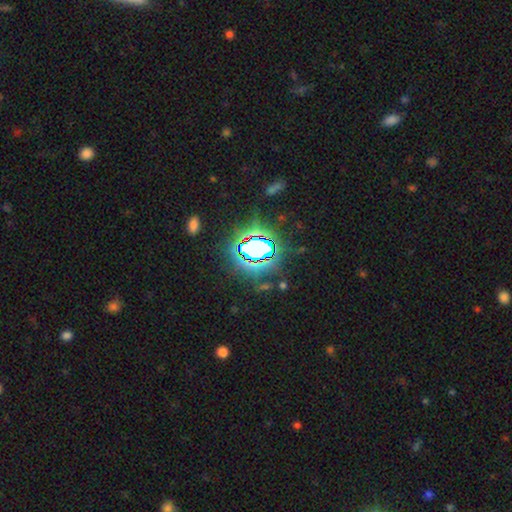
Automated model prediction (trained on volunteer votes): Morphology: type=star or artifact (79%).